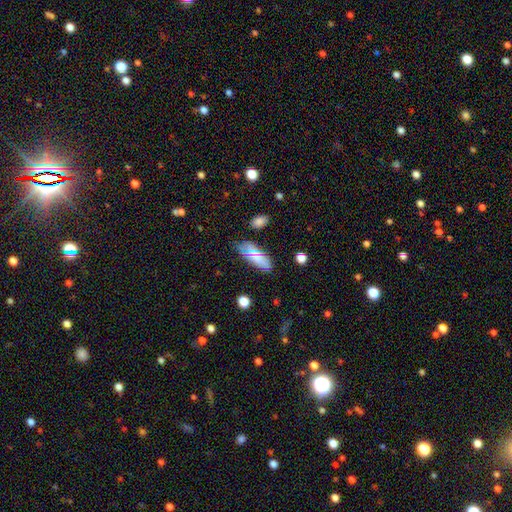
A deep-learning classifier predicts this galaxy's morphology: A smooth galaxy with no disk features (73%) that is in between round and cigar-shaped (71%).

Vote fractions:
- Smooth or featured? smooth: 73% / featured or disk: 18% / star or artifact: 9%
- How rounded? in between: 71% / cigar-shaped: 26% / round: 3%
- Merging? none: 71% / minor disturbance: 19% / merger: 6% / major disturbance: 5%